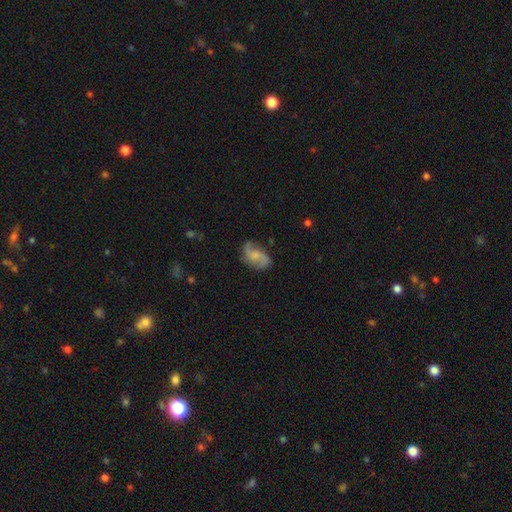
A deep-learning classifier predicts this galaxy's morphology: The model was most divided on "bulge size": none: 46%, small: 27%, moderate: 20%, large: 6%, dominant: 2%. More confident: edge-on disk — no (97%); spiral arms — yes (95%); spiral arm count — 2 (89%); smooth or featured — featured or disk (74%); merging — none (71%); bar — no (57%); spiral winding — loose (56%).